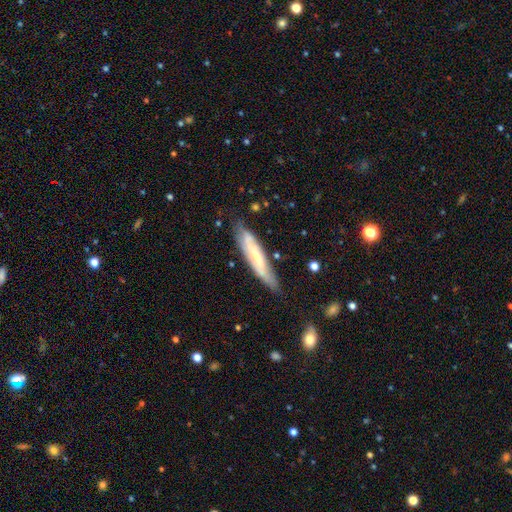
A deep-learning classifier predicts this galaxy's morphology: Smooth or featured: featured or disk — 52% (smooth — 41%)
Edge-on disk: yes — 62% (no — 38%)
Merging: none — 72% (minor disturbance — 21%)